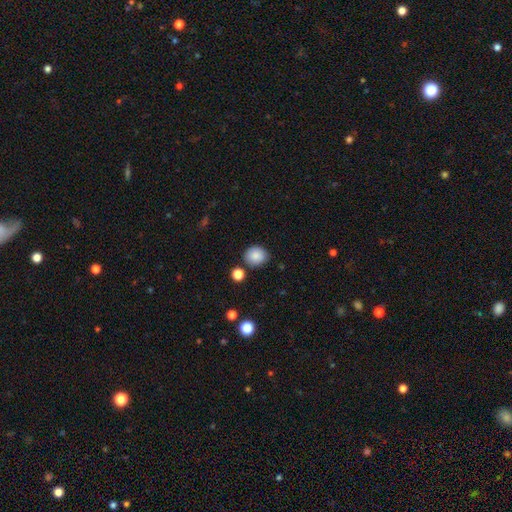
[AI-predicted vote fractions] smooth_or_featured: smooth (p=0.85) [alt: star or artifact p=0.09]
how_rounded: round (p=0.77) [alt: in between p=0.22]
merging: none (p=0.81) [alt: minor disturbance p=0.12]